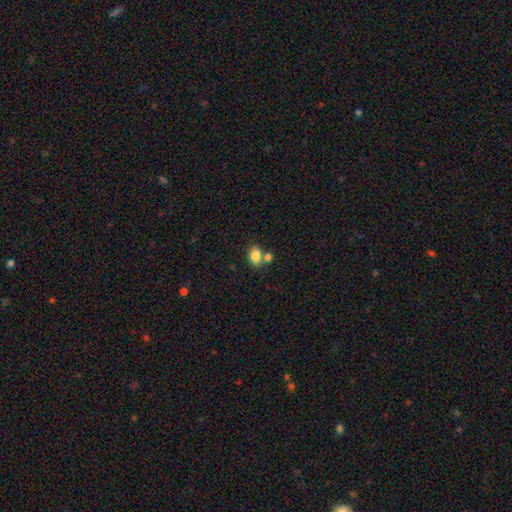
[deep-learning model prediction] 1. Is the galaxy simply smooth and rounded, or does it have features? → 84% smooth, 9% star or artifact, 7% featured or disk.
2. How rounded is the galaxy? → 78% in between, 20% round, 1% cigar-shaped.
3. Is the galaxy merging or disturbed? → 54% none, 31% merger, 11% minor disturbance, 4% major disturbance.